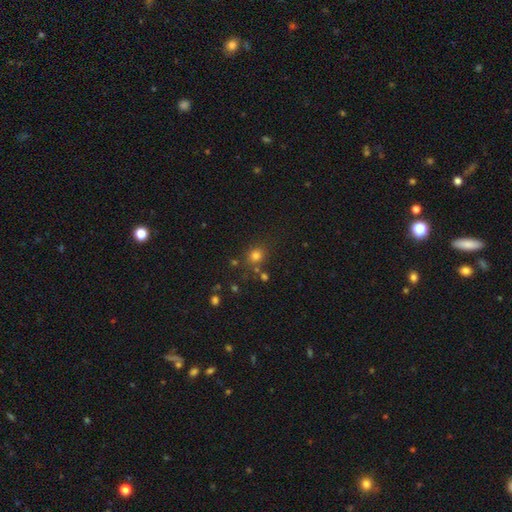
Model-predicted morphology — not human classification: Overall: smooth (76%). How rounded: round (81%). Merging: none (76%).